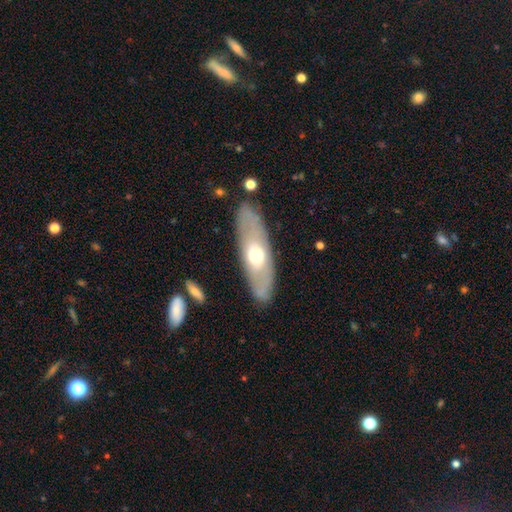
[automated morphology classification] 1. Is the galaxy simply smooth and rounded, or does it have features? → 48% featured or disk, 46% smooth, 6% star or artifact.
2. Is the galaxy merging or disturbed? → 85% none, 10% minor disturbance, 3% major disturbance, 2% merger.